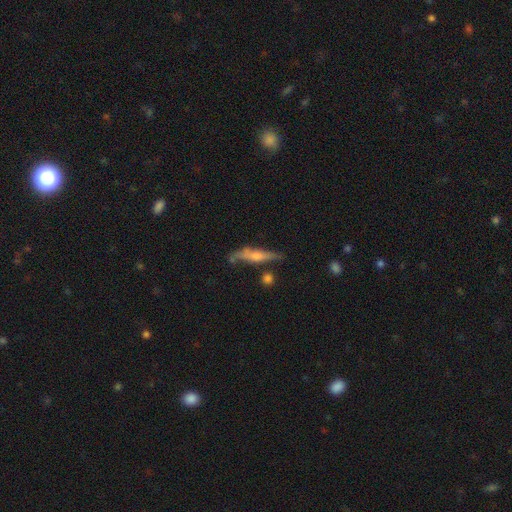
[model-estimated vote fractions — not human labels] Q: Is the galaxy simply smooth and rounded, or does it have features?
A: featured or disk — 63%.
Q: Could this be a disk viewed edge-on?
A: yes — 86%.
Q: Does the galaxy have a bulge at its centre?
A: rounded — 81%.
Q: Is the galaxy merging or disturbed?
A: none — 67%.